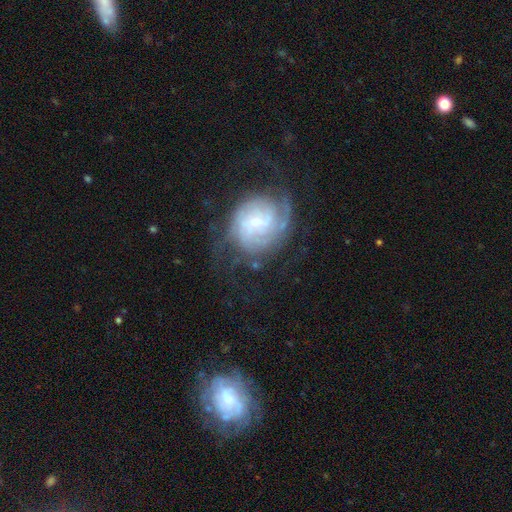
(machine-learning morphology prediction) The model was most divided on "bar": weak: 45%, no: 42%, strong: 12%. Remaining: edge-on disk — no (97%); spiral arms — yes (92%); smooth or featured — featured or disk (74%); bulge size — small (63%); merging — none (62%); spiral winding — tight (58%); spiral arm count — can't tell (38%).